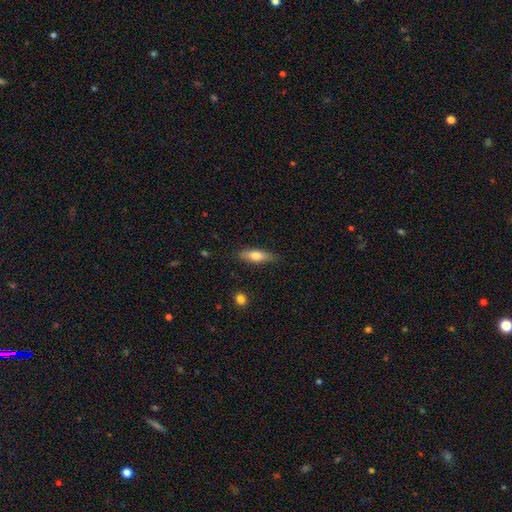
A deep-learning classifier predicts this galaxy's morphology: Overall: smooth (64%; featured or disk 29%). How rounded: cigar-shaped (53%; in between 44%). Merging: none (83%).